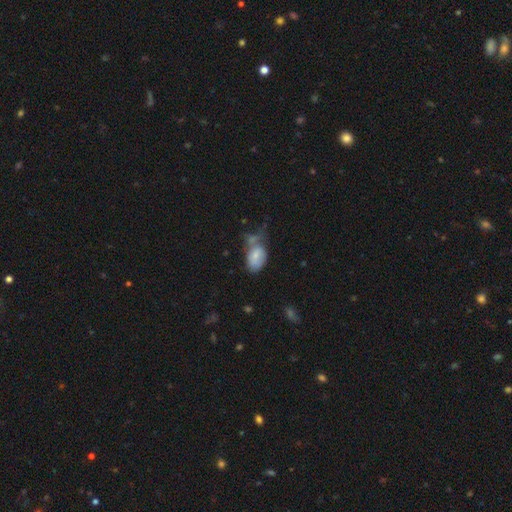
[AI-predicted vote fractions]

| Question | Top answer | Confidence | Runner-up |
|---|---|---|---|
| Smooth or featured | smooth | 73% | featured or disk (20%) |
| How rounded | in between | 89% | round (10%) |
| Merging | none | 31% | merger (29%) |